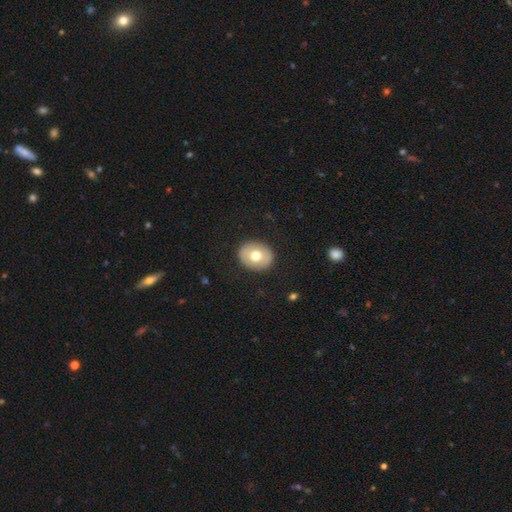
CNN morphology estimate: This appears to be a smooth galaxy with no disk features (66%) that is round (61%). Merging: none (89%).